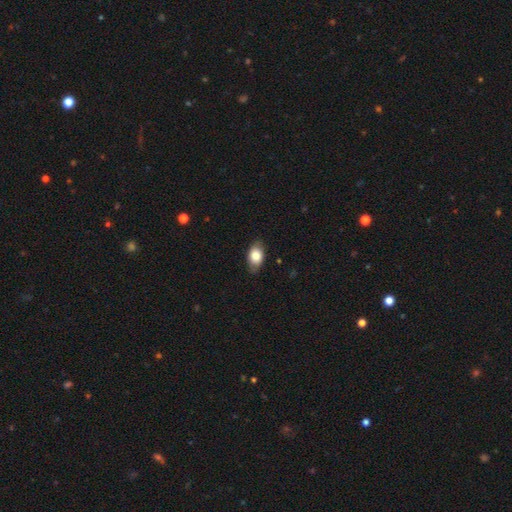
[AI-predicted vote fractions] smooth 80%, featured or disk 13%, star or artifact 7%. Down the decision tree: how rounded — in between (89%); merging — none (81%).